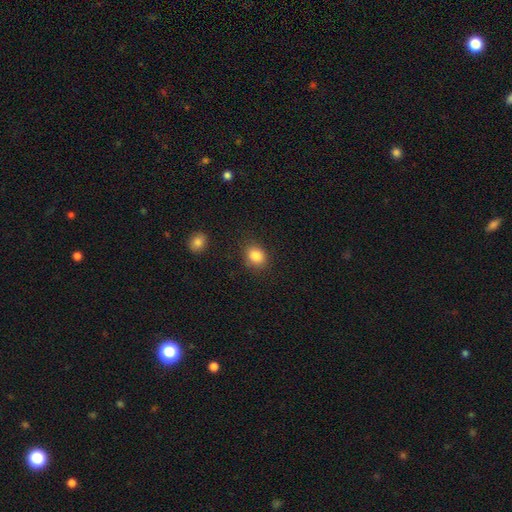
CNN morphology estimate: Smooth or featured? smooth (86%)
How rounded? round (58%)
Merging? none (82%)